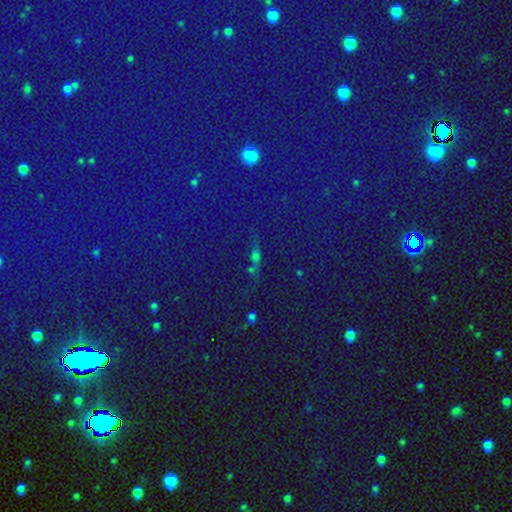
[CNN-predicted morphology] type=star or artifact (77%).